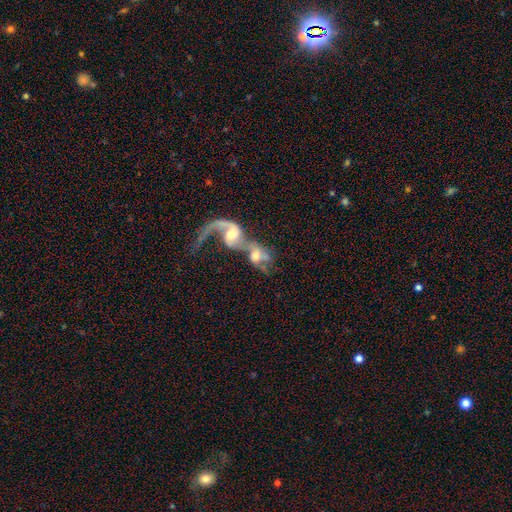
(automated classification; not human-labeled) The model was most divided on "bar": no: 57%, weak: 33%, strong: 10%. More confident: edge-on disk — no (95%); merging — merger (84%); spiral arms — yes (77%); smooth or featured — featured or disk (67%); bulge size — moderate (55%).